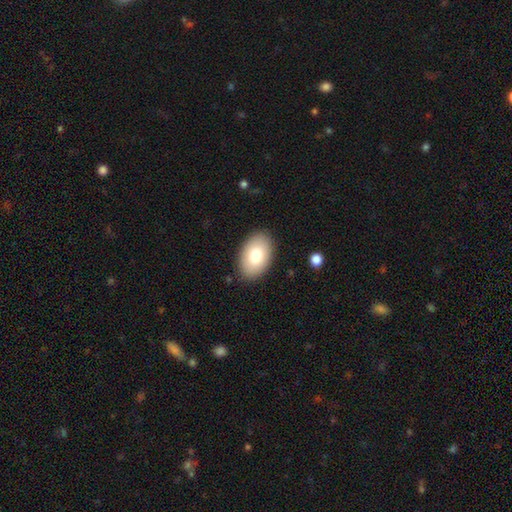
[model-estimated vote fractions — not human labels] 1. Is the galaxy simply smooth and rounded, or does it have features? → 79% smooth, 15% featured or disk, 7% star or artifact.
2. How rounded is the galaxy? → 93% in between, 6% round, 1% cigar-shaped.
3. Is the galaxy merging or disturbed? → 88% none, 9% minor disturbance, 2% major disturbance, 1% merger.